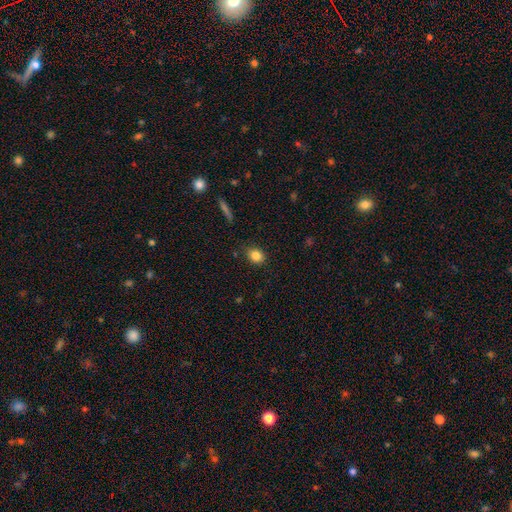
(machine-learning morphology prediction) This appears to be a smooth galaxy with no disk features (84%) that is round (59%). Merging: none (84%).